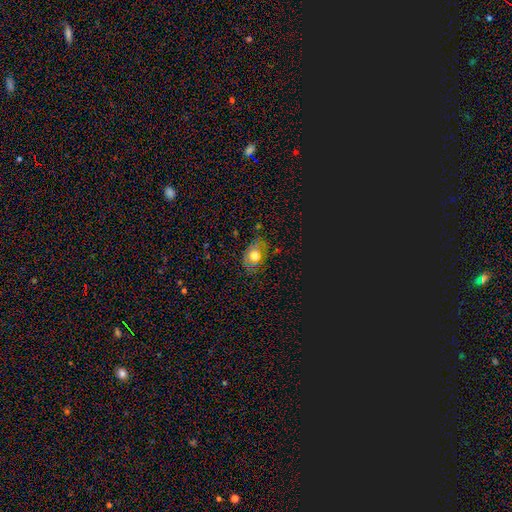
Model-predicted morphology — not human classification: smooth 58%, featured or disk 25%, star or artifact 18%. Down the decision tree: how rounded — in between (75%); merging — none (69%).